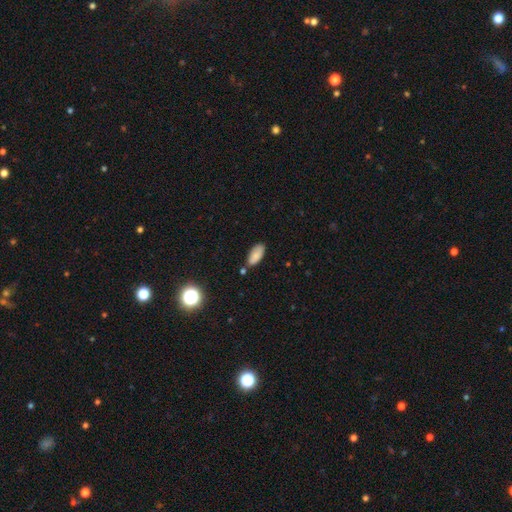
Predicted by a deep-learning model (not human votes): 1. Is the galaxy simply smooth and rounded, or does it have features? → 82% smooth, 9% star or artifact, 9% featured or disk.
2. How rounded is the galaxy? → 87% in between, 11% cigar-shaped, 3% round.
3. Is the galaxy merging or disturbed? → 71% none, 18% minor disturbance, 7% merger, 3% major disturbance.